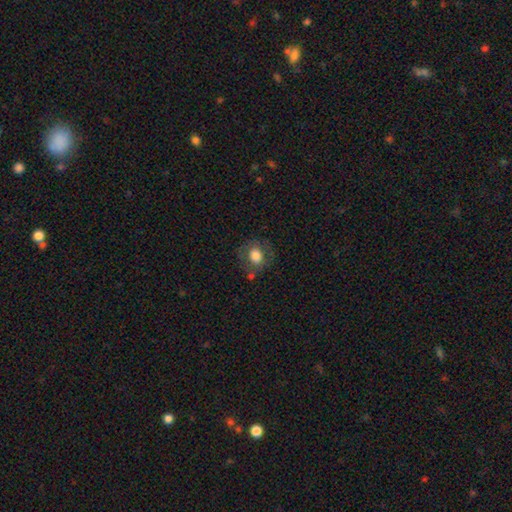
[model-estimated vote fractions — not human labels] Smooth or featured? Predicted: smooth (p=0.73). How rounded? Predicted: round (p=0.71). Merging? Predicted: none (p=0.72).